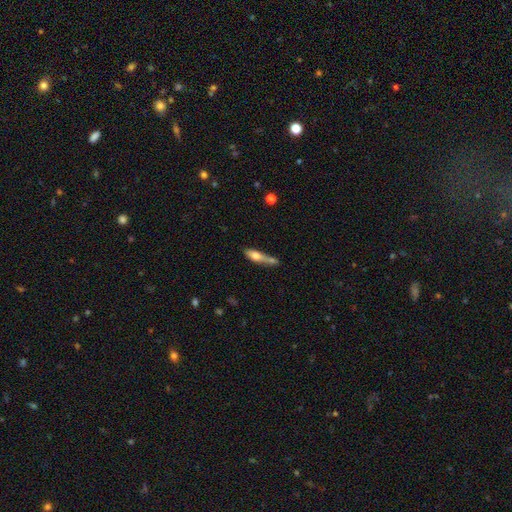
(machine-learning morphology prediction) smooth-or-featured: smooth: 62% | featured or disk: 30% | star or artifact: 8%
  how-rounded: cigar-shaped: 62% | in between: 34% | round: 4%
  merging: merger: 38% | none: 30% | minor disturbance: 20% | major disturbance: 12%